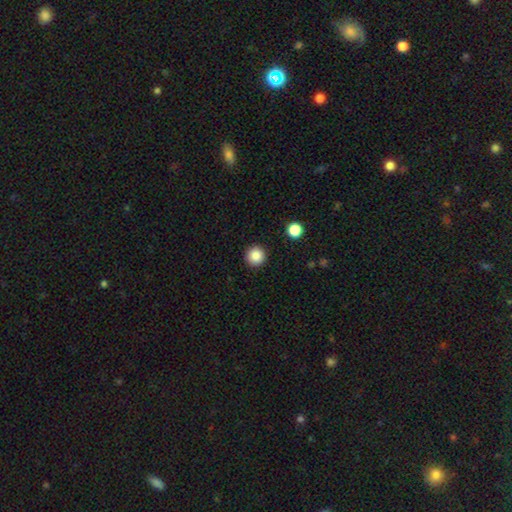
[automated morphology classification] A smooth galaxy with no disk features (87%) that is round (95%). Merging: none (92%).